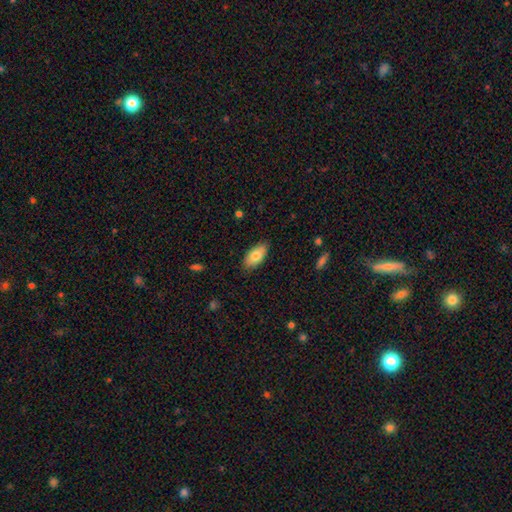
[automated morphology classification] smooth 80%, featured or disk 14%, star or artifact 6%. Down the decision tree: how rounded — in between (91%); merging — none (86%).